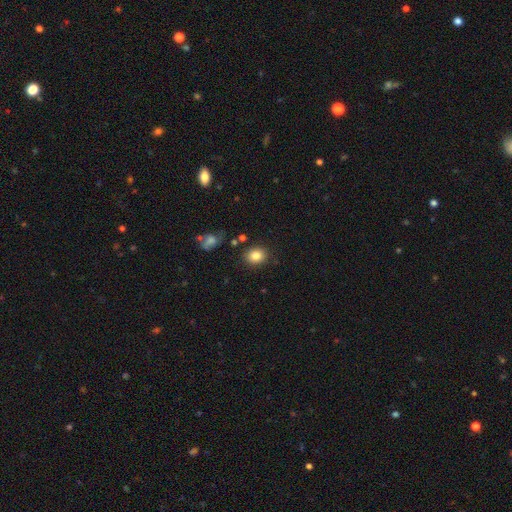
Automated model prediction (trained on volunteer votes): Smooth or featured?
  - smooth: 84% *
  - star or artifact: 10%
  - featured or disk: 6%
How rounded?
  - round: 62% *
  - in between: 37%
  - cigar-shaped: 1%
Merging?
  - none: 85% *
  - minor disturbance: 9%
  - merger: 3%
  - major disturbance: 3%